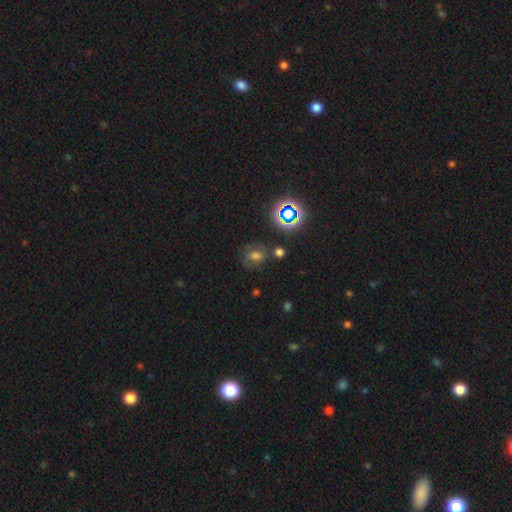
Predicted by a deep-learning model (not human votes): Smooth or featured: smooth — 47% (star or artifact — 31%)
Merging: none — 65% (minor disturbance — 18%)